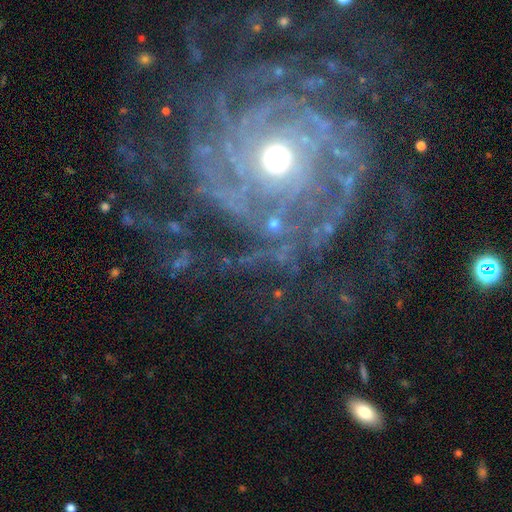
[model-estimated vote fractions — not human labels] This is clearly a featured or disk galaxy (88%). It is clearly not viewed edge-on (97%). Bar: likely no (79%). Spiral arm pattern: clearly yes (95%). Spiral arm count: marginally can't tell (25%, tied with more than 4). Spiral winding: likely tight (70%). Central bulge: possibly moderate (59%). Merging: likely none (68%).